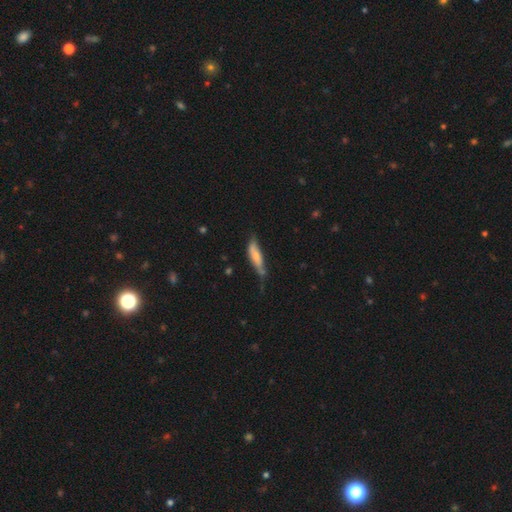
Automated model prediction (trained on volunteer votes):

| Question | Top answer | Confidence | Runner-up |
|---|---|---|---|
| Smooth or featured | smooth | 62% | featured or disk (32%) |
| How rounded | cigar-shaped | 63% | in between (35%) |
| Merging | none | 41% | minor disturbance (38%) |